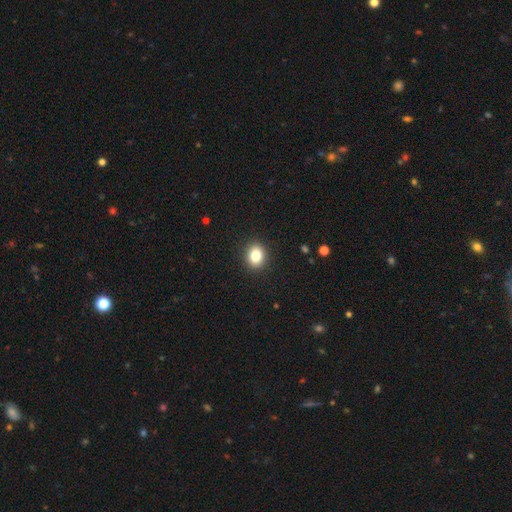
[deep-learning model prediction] This appears to be a smooth galaxy with no disk features (83%) that is round (56%). Merging: none (91%).